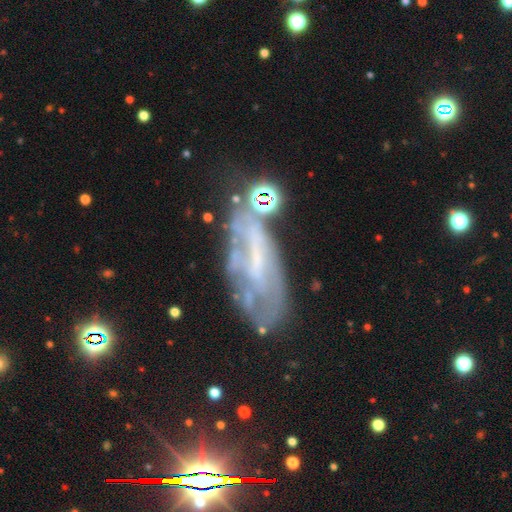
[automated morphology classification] The model was most divided on "spiral arms": no: 56%, yes: 44%. Remaining: edge-on disk — no (83%); smooth or featured — featured or disk (66%); merging — none (54%); bulge size — none (51%); bar — no (46%).